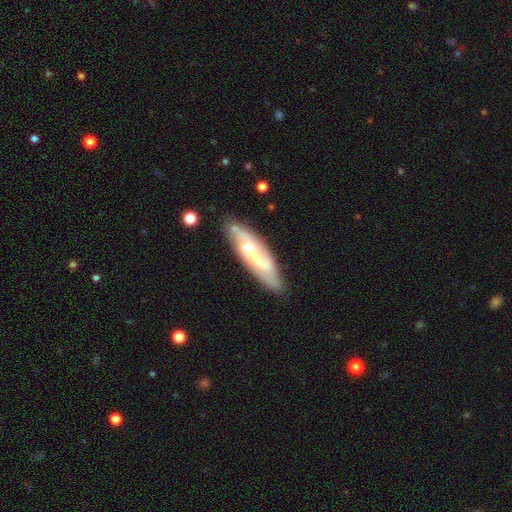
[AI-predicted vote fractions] Q: Smooth or featured?
A: featured or disk (65%); runner-up: smooth (28%)
Q: Edge-on disk?
A: no (70%); runner-up: yes (30%)
Q: Merging?
A: none (79%); runner-up: minor disturbance (15%)